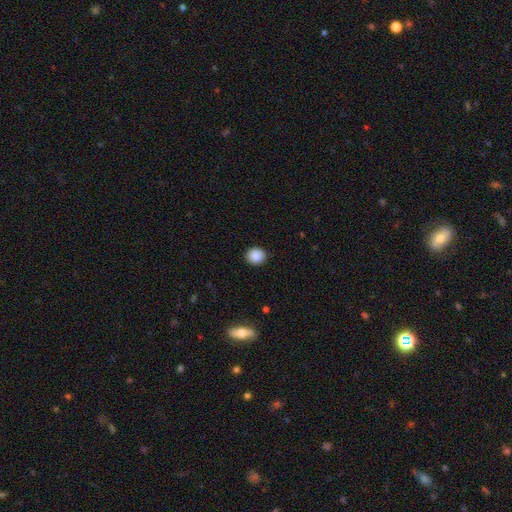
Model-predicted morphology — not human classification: Overall: smooth (88%). How rounded: round (83%). Merging: none (90%).